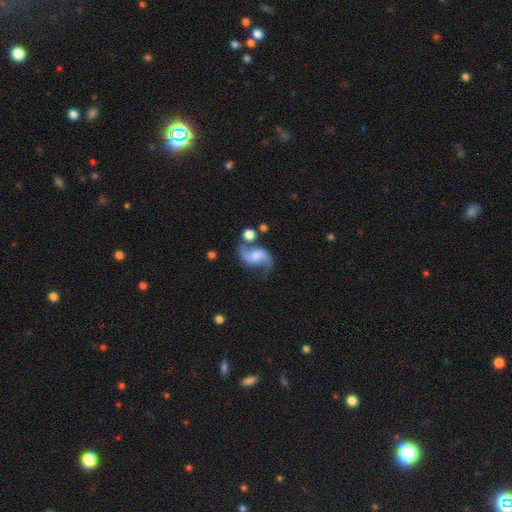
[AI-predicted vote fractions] A featured or disk galaxy (86%) with no bar (48%), 2 (93%) loose (71%) spiral arms (96%) and a moderate central bulge (36%). Merging: none (63%).